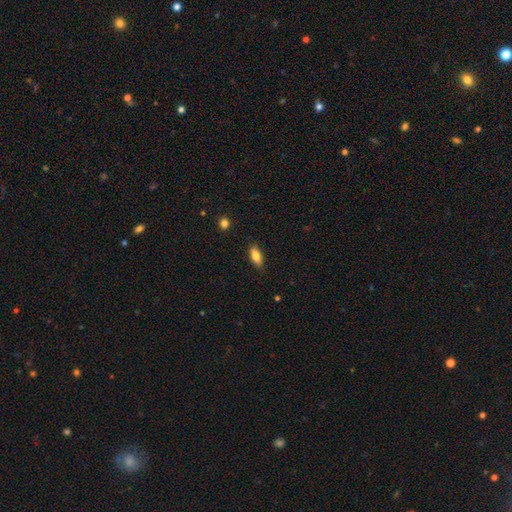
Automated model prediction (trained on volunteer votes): smooth-or-featured: smooth: 82% | featured or disk: 10% | star or artifact: 7%
  how-rounded: in between: 80% | cigar-shaped: 17% | round: 2%
  merging: none: 85% | minor disturbance: 11% | major disturbance: 2% | merger: 1%